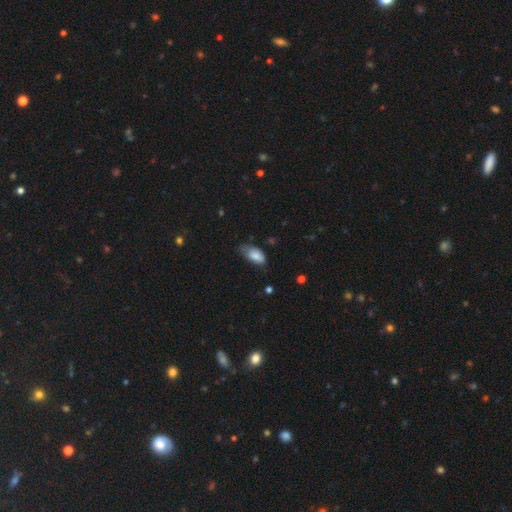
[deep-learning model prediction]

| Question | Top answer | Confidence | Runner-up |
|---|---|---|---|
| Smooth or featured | smooth | 80% | featured or disk (13%) |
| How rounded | in between | 92% | cigar-shaped (4%) |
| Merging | minor disturbance | 43% | none (41%) |